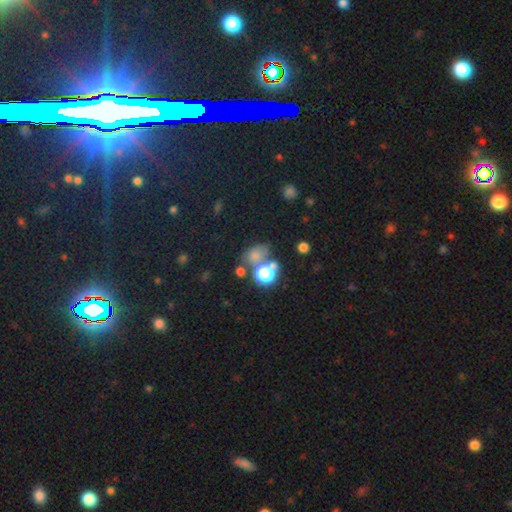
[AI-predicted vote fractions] Smooth or featured: smooth — 61% (star or artifact — 28%)
How rounded: round — 50% (in between — 48%)
Merging: none — 52% (merger — 25%)